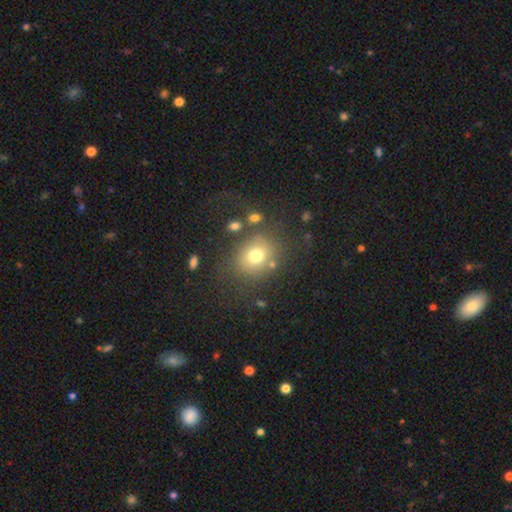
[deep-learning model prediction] smooth 73%, star or artifact 14%, featured or disk 13%. Down the decision tree: how rounded — round (64%); merging — none (72%).